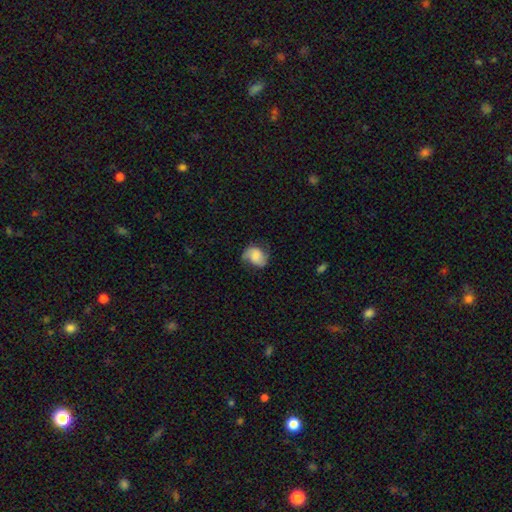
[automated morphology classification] Smooth or featured? smooth (52%)
How rounded? in between (60%)
Merging? none (54%)